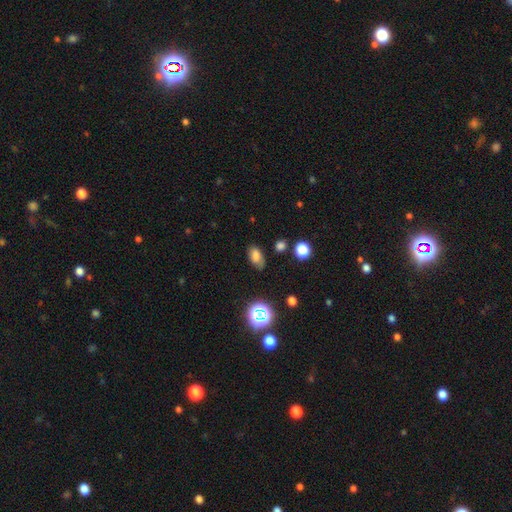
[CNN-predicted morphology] Smooth or featured? smooth (72%)
How rounded? in between (88%)
Merging? none (69%)